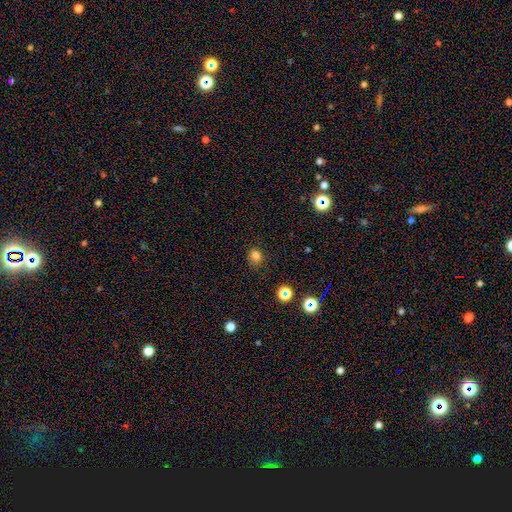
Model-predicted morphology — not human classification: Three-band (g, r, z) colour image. It shows a smooth galaxy with no disk features (77%) that is round (58%). Merging: none (78%).